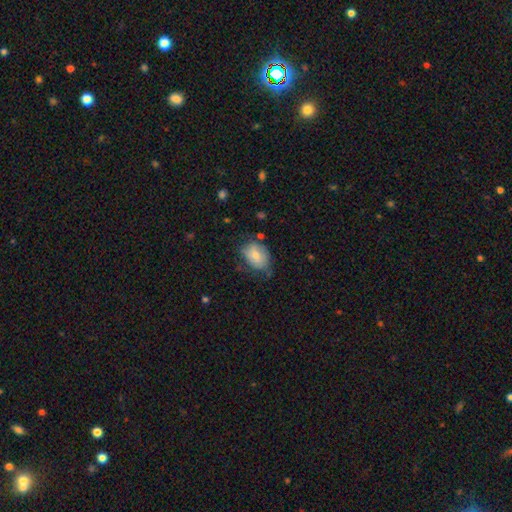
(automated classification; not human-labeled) Smooth or featured: smooth — 69% (featured or disk — 23%)
How rounded: in between — 77% (round — 22%)
Merging: none — 49% (minor disturbance — 34%)